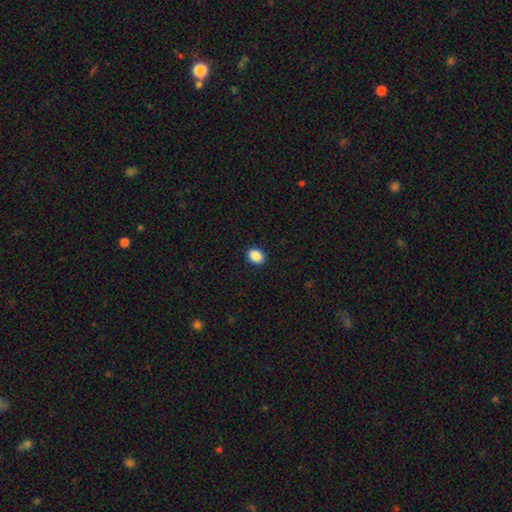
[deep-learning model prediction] Smooth or featured?
  - smooth: 89% *
  - star or artifact: 8%
  - featured or disk: 2%
How rounded?
  - in between: 61% *
  - round: 38%
  - cigar-shaped: 1%
Merging?
  - none: 91% *
  - minor disturbance: 6%
  - major disturbance: 2%
  - merger: 1%